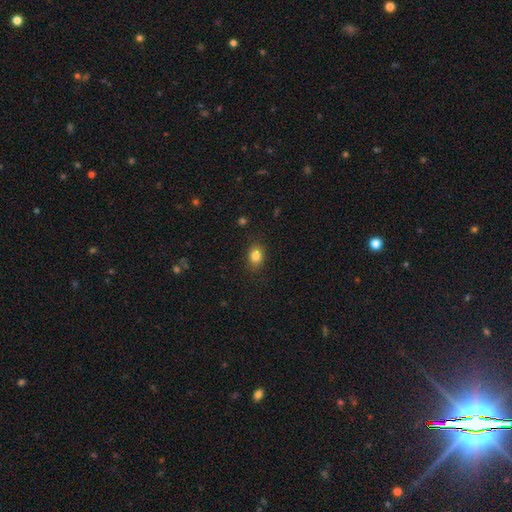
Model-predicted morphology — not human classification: This appears to be a smooth galaxy with no disk features (82%) that is in between round and cigar-shaped (64%). Merging: none (86%).